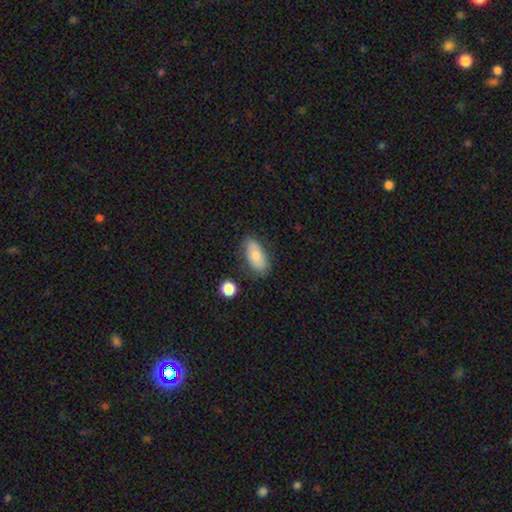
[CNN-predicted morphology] smooth 72%, featured or disk 21%, star or artifact 7%. Down the decision tree: how rounded — in between (91%); merging — none (74%).